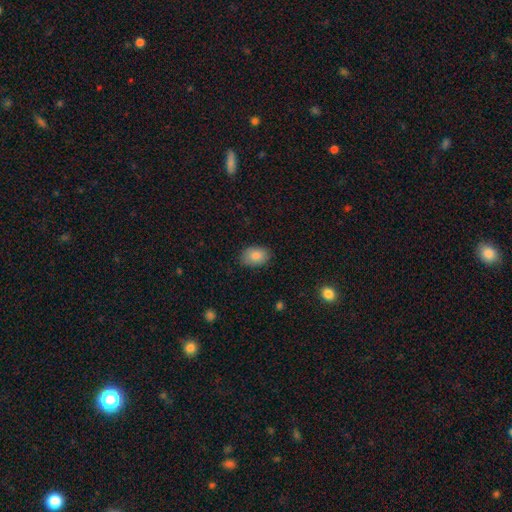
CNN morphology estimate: smooth 85%, featured or disk 7%, star or artifact 7%. Down the decision tree: how rounded — in between (84%); merging — none (83%).